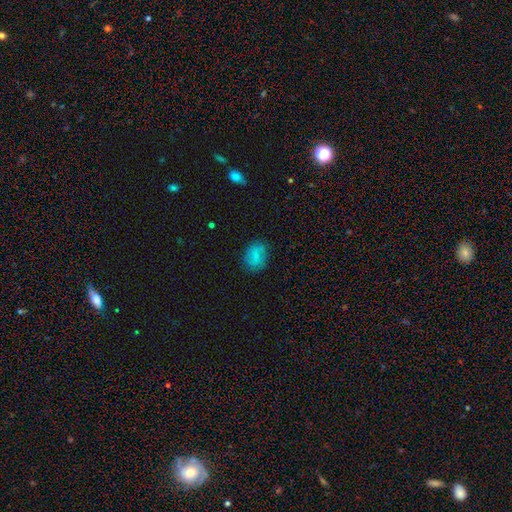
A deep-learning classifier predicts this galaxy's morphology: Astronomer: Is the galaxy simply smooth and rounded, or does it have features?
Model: smooth — 75%.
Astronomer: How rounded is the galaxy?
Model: in between — 60% (runner-up: round, 39%).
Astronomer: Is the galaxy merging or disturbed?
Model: none — 79%.